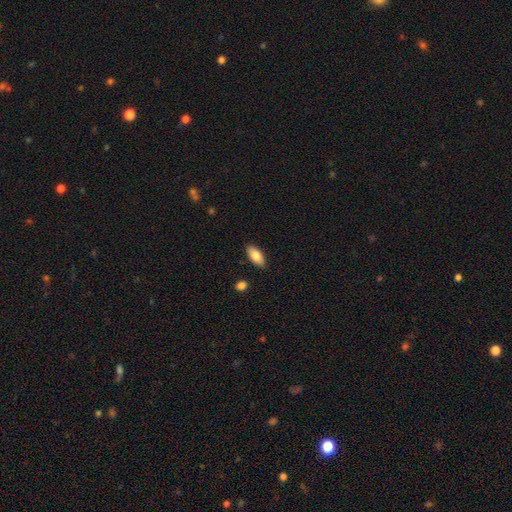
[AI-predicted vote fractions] Overall: smooth (83%). How rounded: in between (91%). Merging: none (87%).